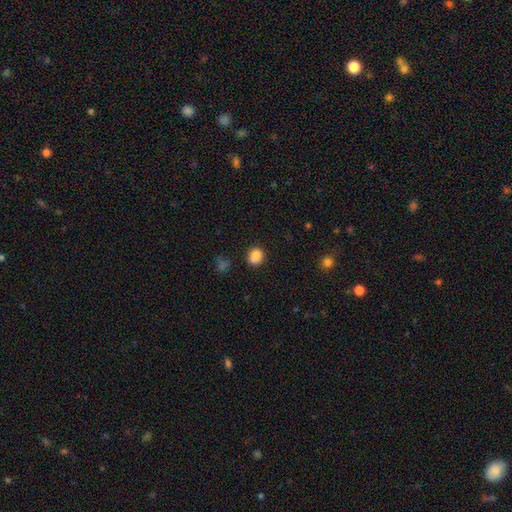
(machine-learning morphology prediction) Smooth or featured? smooth (82%)
How rounded? round (75%)
Merging? none (67%)